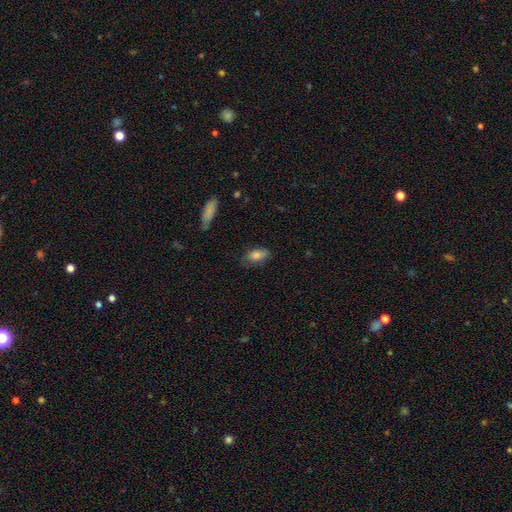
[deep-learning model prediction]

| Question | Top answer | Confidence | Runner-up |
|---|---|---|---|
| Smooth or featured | smooth | 82% | featured or disk (10%) |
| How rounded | in between | 87% | cigar-shaped (8%) |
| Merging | none | 69% | minor disturbance (24%) |